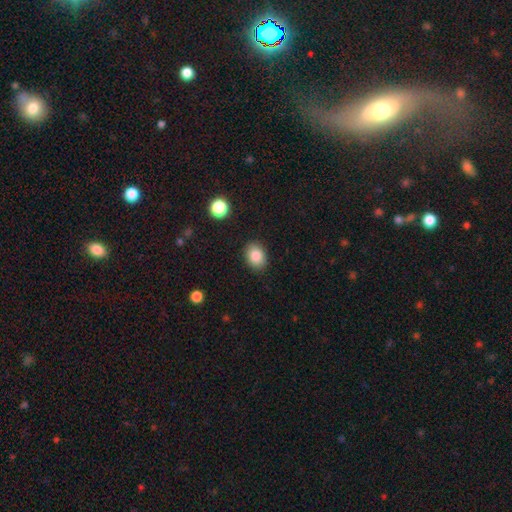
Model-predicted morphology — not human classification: type=smooth (85%); roundness=in between (63%); merging=none (88%).